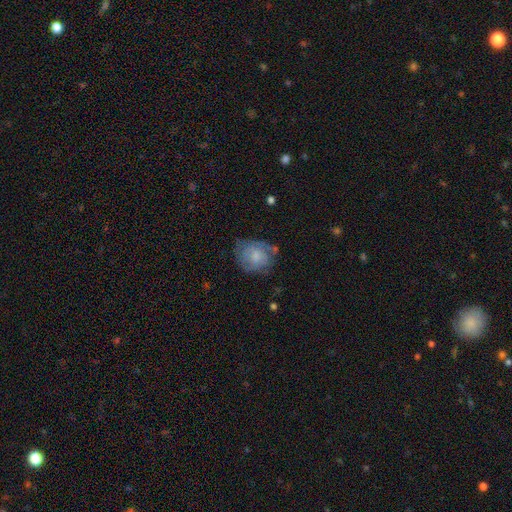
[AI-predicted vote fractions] The model was most divided on "smooth or featured": smooth: 56%, featured or disk: 36%, star or artifact: 7%. More confident: how rounded — round (66%); merging — none (52%).